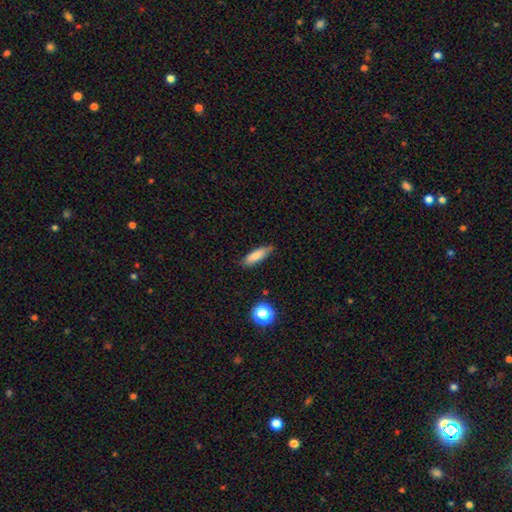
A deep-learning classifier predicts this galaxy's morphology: This appears to be a smooth galaxy with no disk features (81%) that is cigar-shaped (54%). Merging: none (76%).